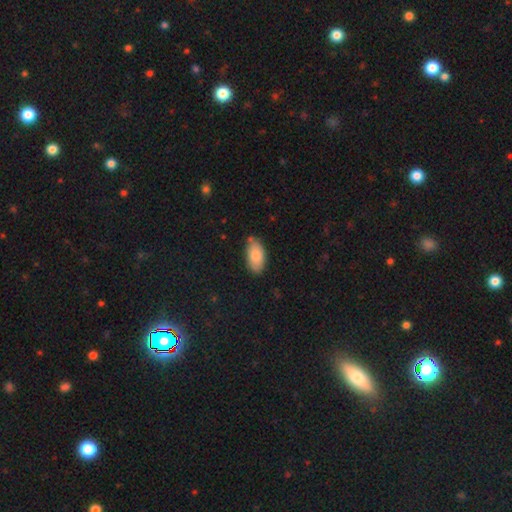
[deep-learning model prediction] This appears to be a smooth galaxy with no disk features (83%) that is in between round and cigar-shaped (94%). Merging: none (74%).